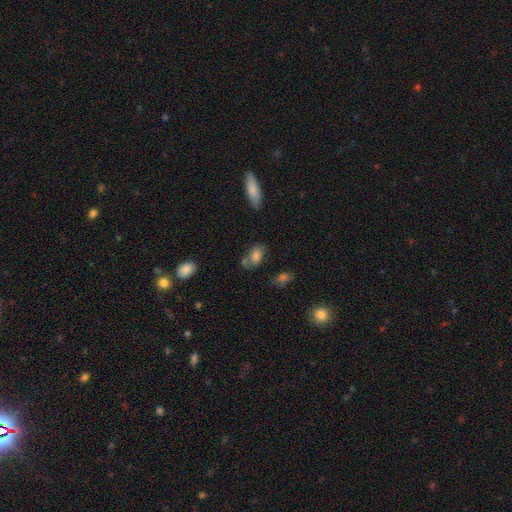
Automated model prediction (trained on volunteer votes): Overall: smooth (77%). How rounded: in between (88%). Merging: none (57%; merger 19%).